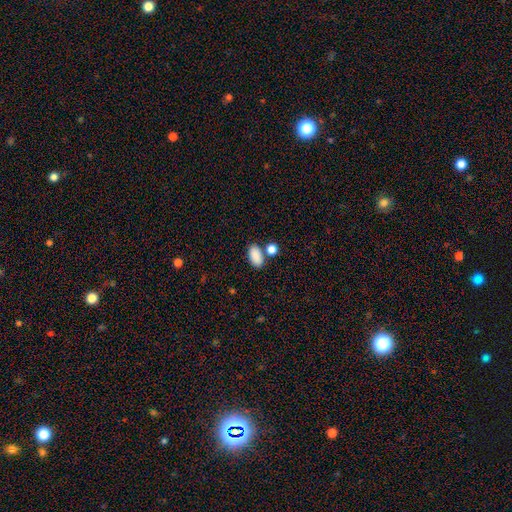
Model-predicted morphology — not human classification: This appears to be a smooth galaxy with no disk features (88%) that is in between round and cigar-shaped (92%). Merging: none (69%).